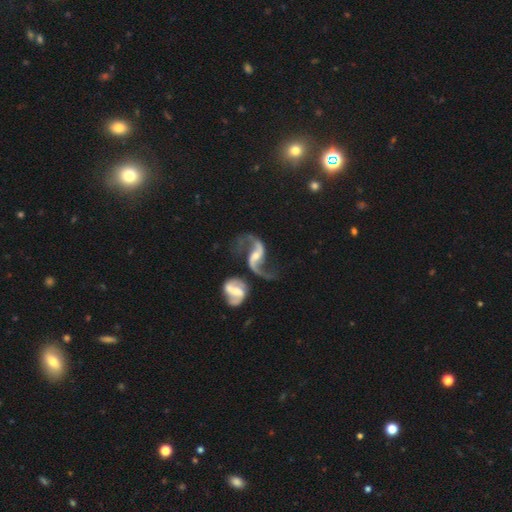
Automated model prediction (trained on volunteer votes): Q: Smooth or featured?
A: featured or disk (91%); runner-up: star or artifact (5%)
Q: Edge-on disk?
A: no (97%); runner-up: yes (3%)
Q: Bar?
A: weak (39%); runner-up: strong (36%)
Q: Spiral arms?
A: yes (97%); runner-up: no (3%)
Q: Spiral winding?
A: loose (84%); runner-up: medium (13%)
Q: Spiral arm count?
A: 2 (93%); runner-up: 1 (3%)
Q: Bulge size?
A: small (49%); runner-up: moderate (42%)
Q: Merging?
A: none (53%); runner-up: merger (17%)